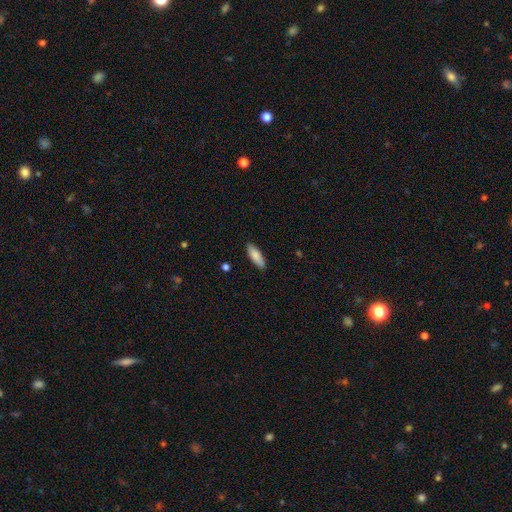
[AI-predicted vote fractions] smooth-or-featured: smooth: 84% | featured or disk: 10% | star or artifact: 6%
  how-rounded: in between: 62% | cigar-shaped: 36% | round: 2%
  merging: none: 88% | minor disturbance: 9% | major disturbance: 2% | merger: 1%